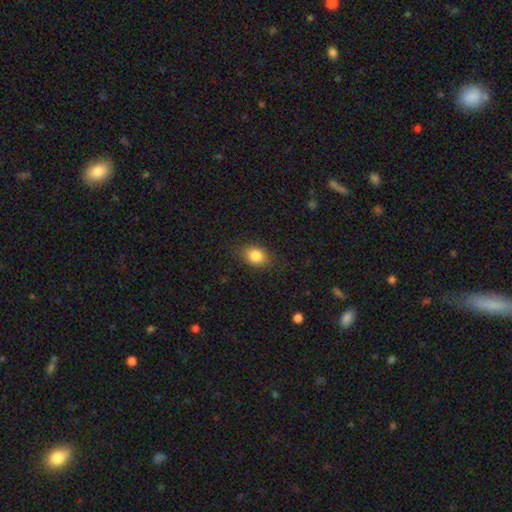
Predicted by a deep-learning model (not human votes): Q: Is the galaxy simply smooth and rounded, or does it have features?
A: smooth — 83%.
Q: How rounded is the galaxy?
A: in between — 58%.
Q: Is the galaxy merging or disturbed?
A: none — 81%.